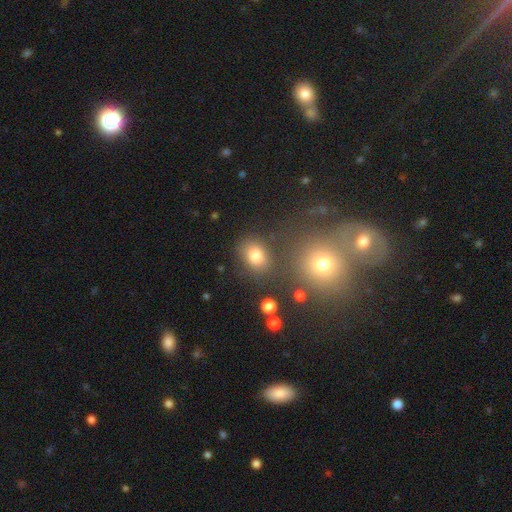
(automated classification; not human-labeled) Overall: smooth (79%). How rounded: in between (56%; round 42%). Merging: none (75%).